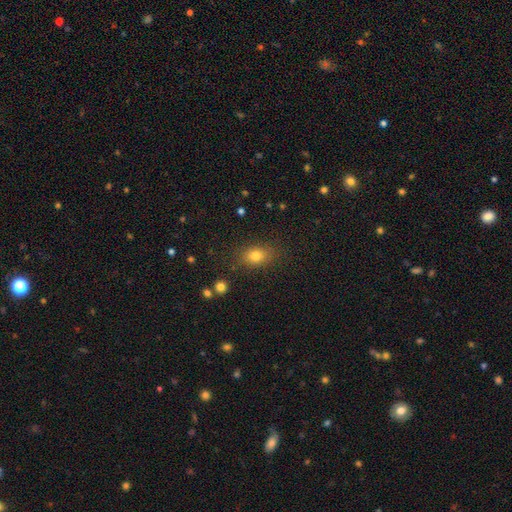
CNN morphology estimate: A smooth galaxy with no disk features (79%) that is in between round and cigar-shaped (71%).

Vote fractions:
- Smooth or featured? smooth: 79% / star or artifact: 13% / featured or disk: 9%
- How rounded? in between: 71% / round: 27% / cigar-shaped: 2%
- Merging? none: 83% / minor disturbance: 12% / major disturbance: 4% / merger: 2%